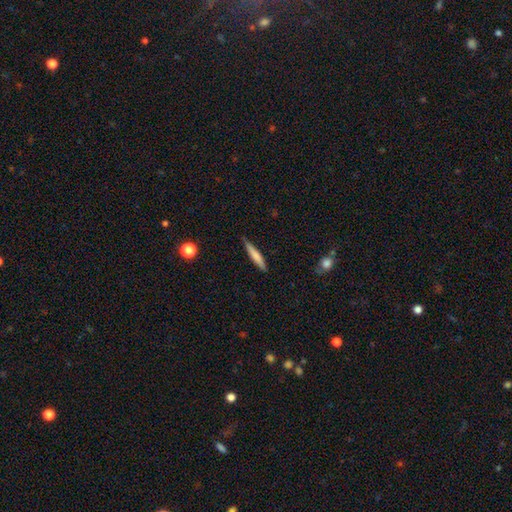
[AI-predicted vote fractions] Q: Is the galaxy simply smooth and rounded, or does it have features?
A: smooth — 67%.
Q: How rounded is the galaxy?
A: cigar-shaped — 92%.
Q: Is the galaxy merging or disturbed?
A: none — 84%.